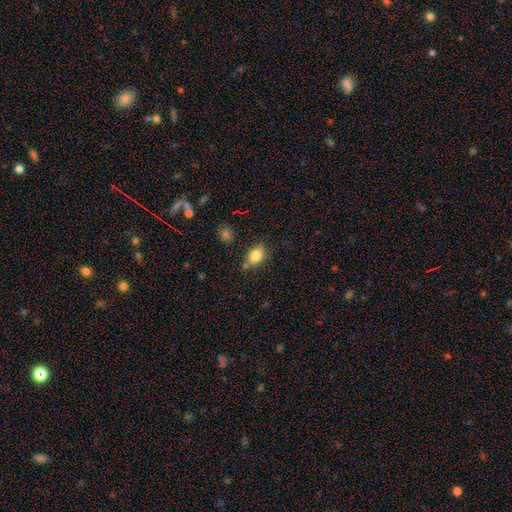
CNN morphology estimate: A smooth galaxy with no disk features (82%) that is in between round and cigar-shaped (64%). Merging: none (68%).